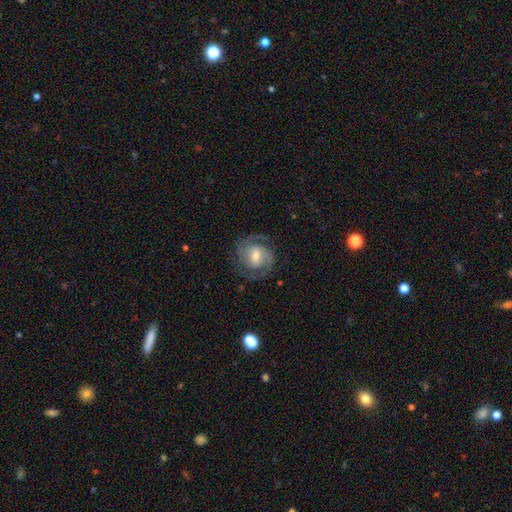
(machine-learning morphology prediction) Smooth or featured? featured or disk (87%)
Edge-on disk? no (98%)
Bar? weak (51%)
Spiral arms? yes (97%)
Spiral winding? medium (46%)
Spiral arm count? 2 (88%)
Bulge size? moderate (62%)
Merging? none (80%)